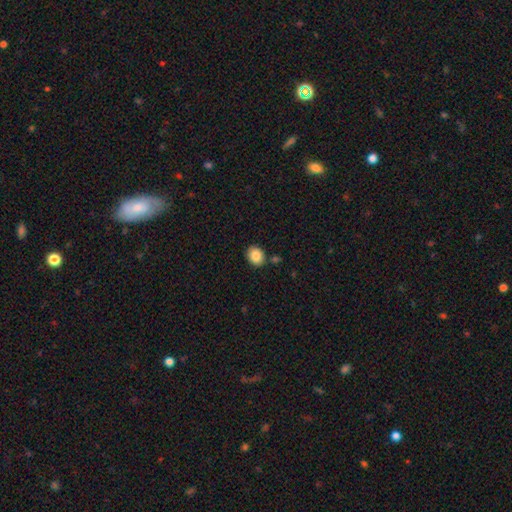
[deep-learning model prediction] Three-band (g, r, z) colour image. It shows a smooth galaxy with no disk features (87%) that is round (52%). Merging: none (85%).